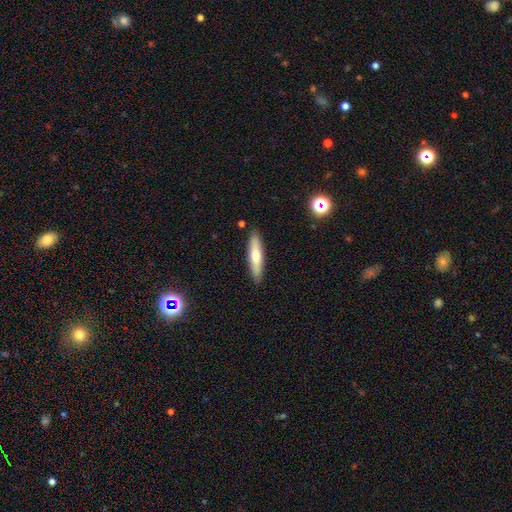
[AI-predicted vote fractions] smooth 60%, featured or disk 34%, star or artifact 6%. Down the decision tree: how rounded — cigar-shaped (78%); merging — none (89%).